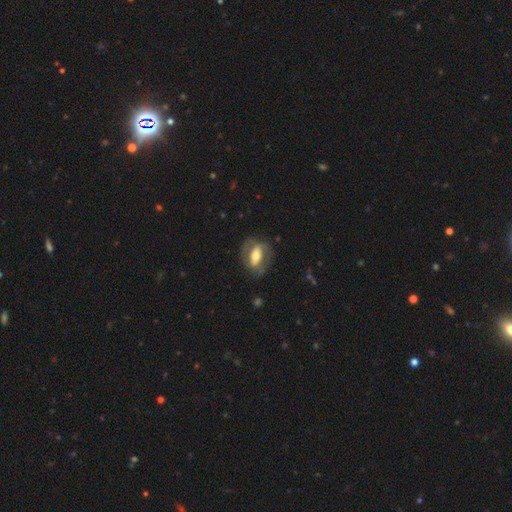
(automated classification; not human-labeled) Smooth or featured? Predicted: featured or disk (p=0.58). Edge-on disk? Predicted: no (p=0.87). Bar? Predicted: strong (p=0.50). Spiral arms? Predicted: no (p=0.61). Bulge size? Predicted: moderate (p=0.62). Merging? Predicted: none (p=0.73).